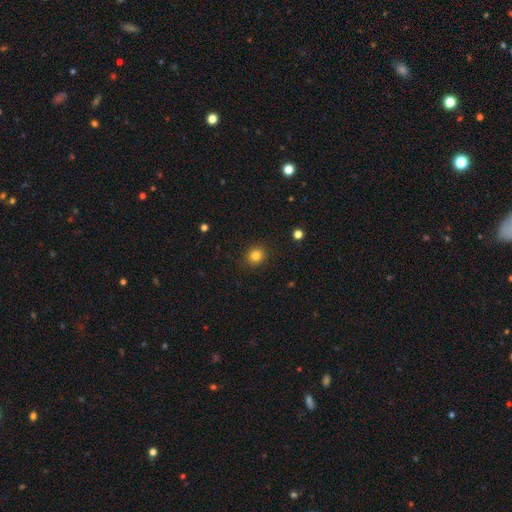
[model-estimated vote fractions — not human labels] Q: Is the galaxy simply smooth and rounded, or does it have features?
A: smooth — 83%.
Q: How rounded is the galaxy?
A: round — 88%.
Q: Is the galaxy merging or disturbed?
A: none — 92%.